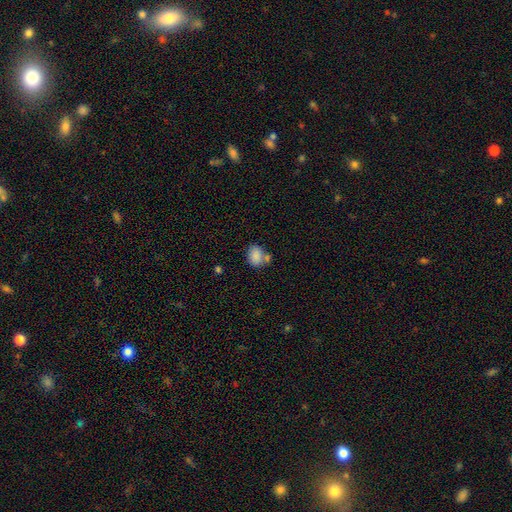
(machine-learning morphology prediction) smooth 84%, star or artifact 9%, featured or disk 7%. Down the decision tree: how rounded — in between (65%); merging — none (51%).